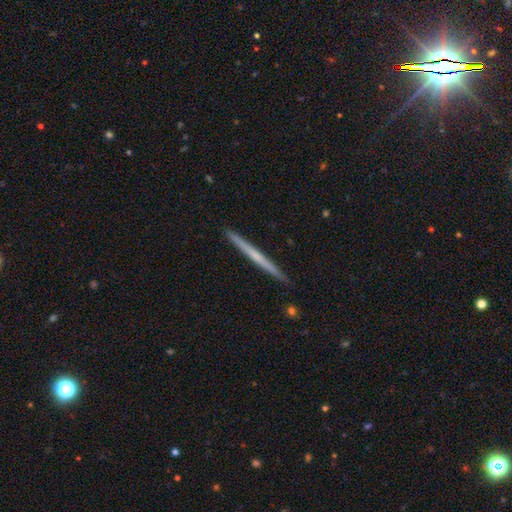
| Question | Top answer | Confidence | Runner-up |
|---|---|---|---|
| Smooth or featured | featured or disk | 76% | smooth (16%) |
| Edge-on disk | yes | 100% | — |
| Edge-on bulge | none | 82% | rounded (14%) |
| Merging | none | 94% | minor disturbance (3%) |